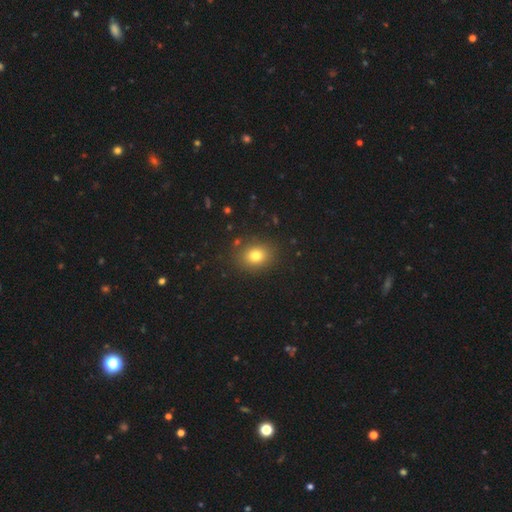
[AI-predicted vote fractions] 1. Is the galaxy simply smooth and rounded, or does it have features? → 78% smooth, 13% star or artifact, 9% featured or disk.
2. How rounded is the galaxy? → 55% round, 44% in between, 1% cigar-shaped.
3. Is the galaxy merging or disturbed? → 86% none, 9% minor disturbance, 3% major disturbance, 2% merger.